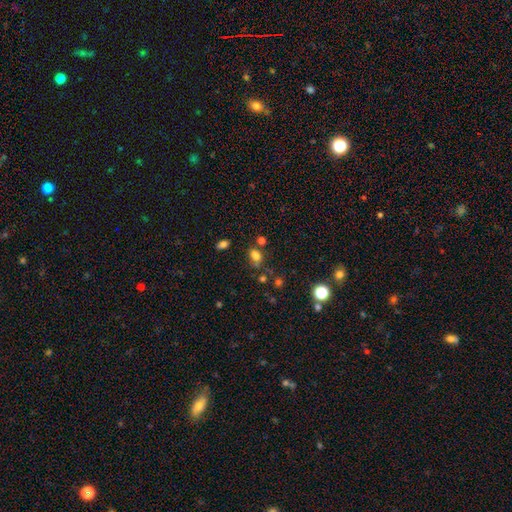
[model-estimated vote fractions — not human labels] A smooth galaxy with no disk features (75%) that is in between round and cigar-shaped (74%).

Vote fractions:
- Smooth or featured? smooth: 75% / star or artifact: 16% / featured or disk: 8%
- How rounded? in between: 74% / round: 24% / cigar-shaped: 2%
- Merging? none: 59% / minor disturbance: 20% / merger: 13% / major disturbance: 8%